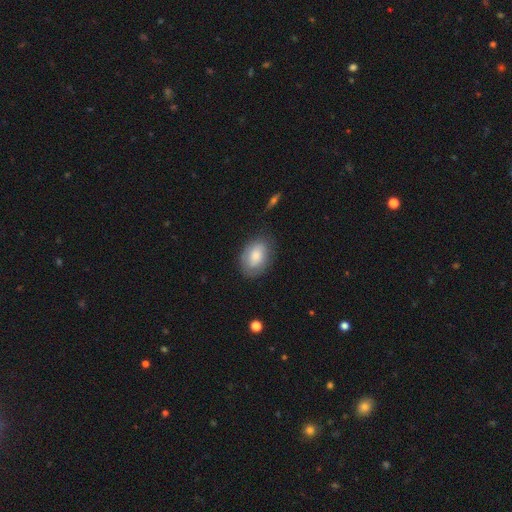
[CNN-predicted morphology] A smooth galaxy with no disk features (66%) that is in between round and cigar-shaped (82%). Merging: none (74%).